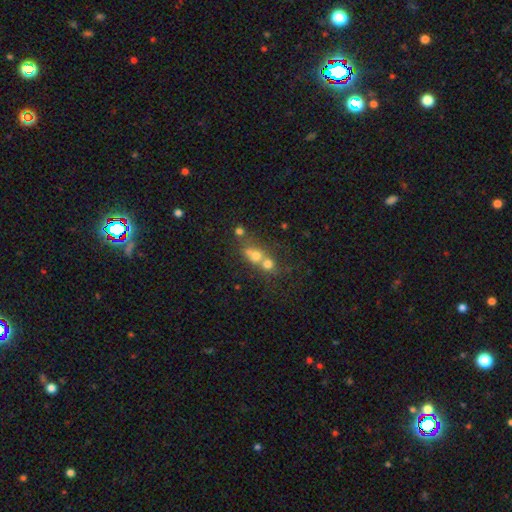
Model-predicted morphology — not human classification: Smooth or featured? Predicted: smooth (p=0.52). How rounded? Predicted: round (p=0.68). Merging? Predicted: merger (p=0.61).